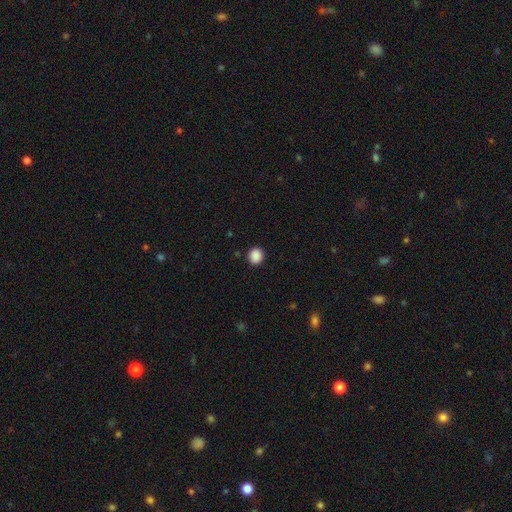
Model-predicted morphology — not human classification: smooth-or-featured: smooth: 89% | star or artifact: 9% | featured or disk: 2%
  how-rounded: round: 82% | in between: 17% | cigar-shaped: 1%
  merging: none: 91% | minor disturbance: 6% | major disturbance: 2% | merger: 1%